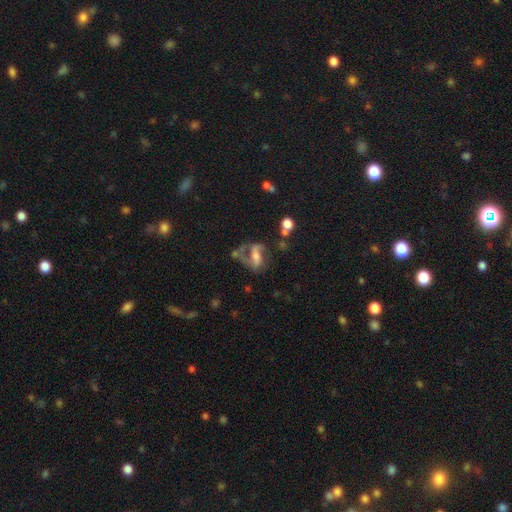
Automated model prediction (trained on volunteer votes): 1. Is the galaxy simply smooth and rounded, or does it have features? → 68% featured or disk, 22% smooth, 10% star or artifact.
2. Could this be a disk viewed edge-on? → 95% no, 5% yes.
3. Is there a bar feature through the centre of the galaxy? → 37% strong, 36% weak, 26% no.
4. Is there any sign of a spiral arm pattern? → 81% yes, 19% no.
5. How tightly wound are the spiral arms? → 44% medium, 42% loose, 15% tight.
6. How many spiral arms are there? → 74% 2, 14% 1, 8% can't tell, 2% 3, 1% 4, 1% more than 4.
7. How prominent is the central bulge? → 44% moderate, 34% small, 11% large, 10% none, 2% dominant.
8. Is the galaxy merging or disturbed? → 36% none, 31% major disturbance, 19% minor disturbance, 14% merger.